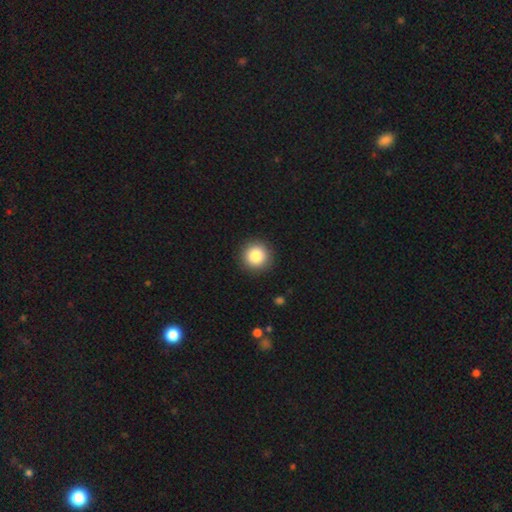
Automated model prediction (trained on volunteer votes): Smooth or featured: smooth — 84% (star or artifact — 9%)
How rounded: round — 96% (in between — 3%)
Merging: none — 92% (minor disturbance — 5%)